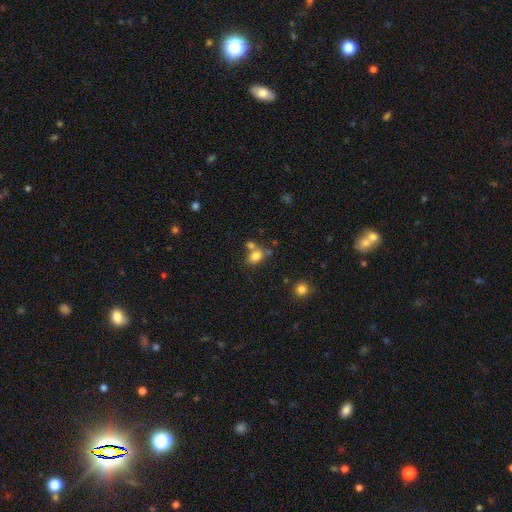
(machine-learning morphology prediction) Smooth or featured? Predicted: smooth (p=0.79). How rounded? Predicted: in between (p=0.72). Merging? Predicted: none (p=0.50).